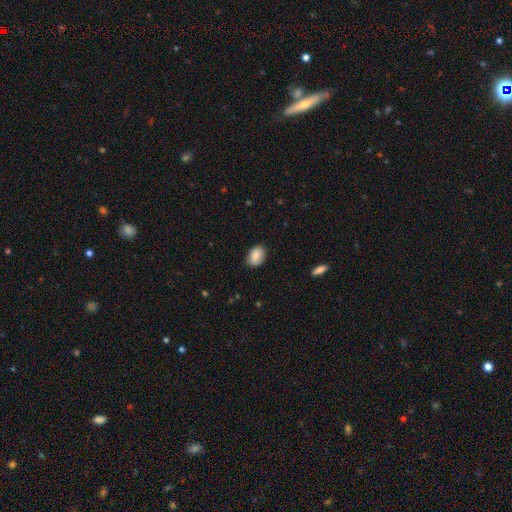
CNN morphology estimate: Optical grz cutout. It shows a smooth galaxy with no disk features (82%) that is in between round and cigar-shaped (81%). Merging: none (82%).